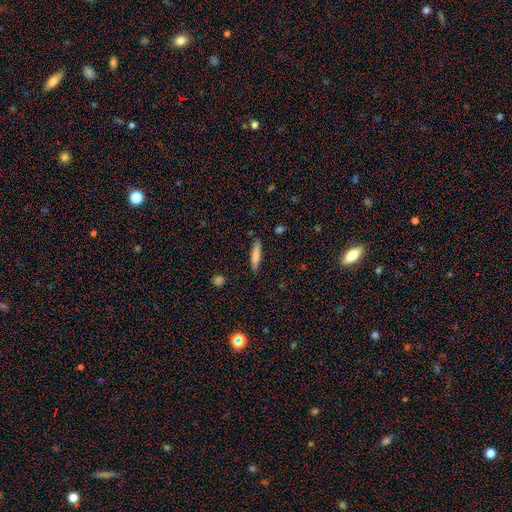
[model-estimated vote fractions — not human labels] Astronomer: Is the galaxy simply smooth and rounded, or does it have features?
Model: smooth — 75%.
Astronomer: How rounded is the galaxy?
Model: cigar-shaped — 83%.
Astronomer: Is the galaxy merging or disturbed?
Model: none — 86%.